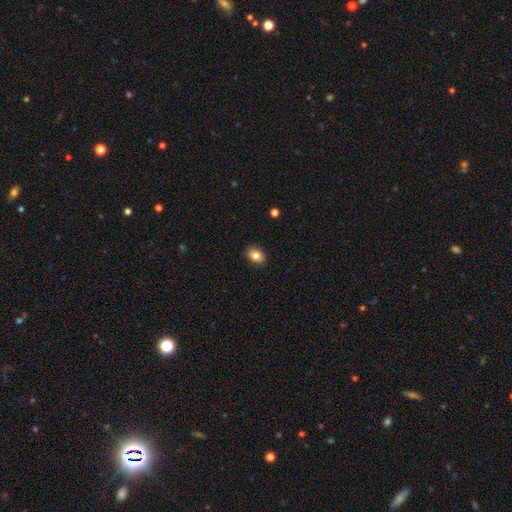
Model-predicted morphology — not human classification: smooth_or_featured: smooth (p=0.83) [alt: featured or disk p=0.09]
how_rounded: in between (p=0.74) [alt: round p=0.25]
merging: none (p=0.89) [alt: minor disturbance p=0.08]